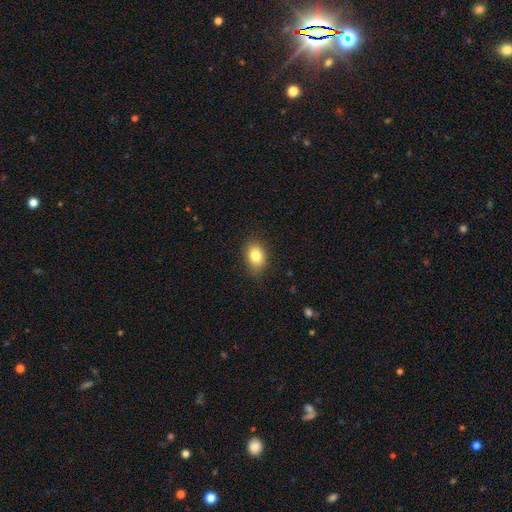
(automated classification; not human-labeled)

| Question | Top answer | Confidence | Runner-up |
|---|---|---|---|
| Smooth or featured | smooth | 82% | star or artifact (9%) |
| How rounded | in between | 75% | round (24%) |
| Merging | none | 84% | minor disturbance (12%) |